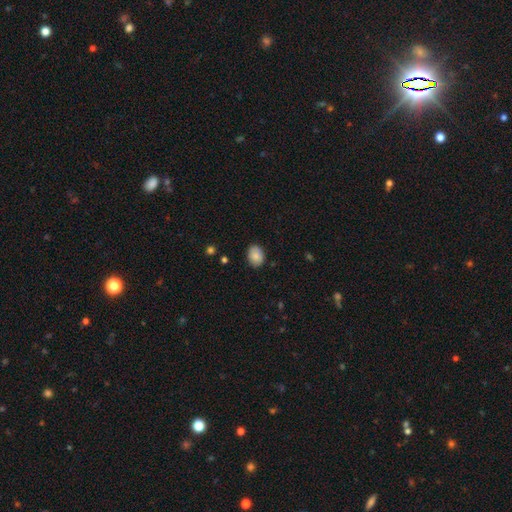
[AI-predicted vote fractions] Morphology: type=smooth (86%); roundness=in between (73%); merging=none (83%).